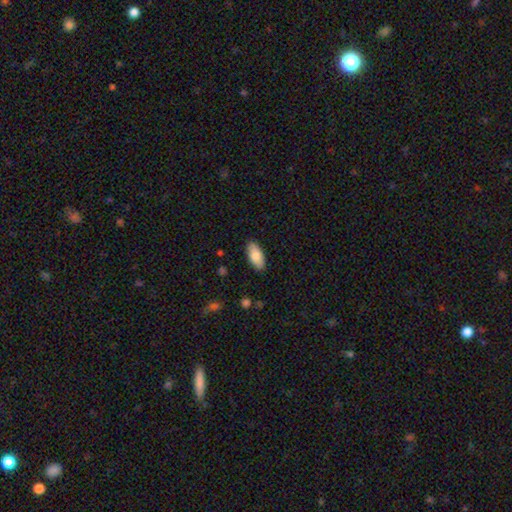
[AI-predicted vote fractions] This appears to be a smooth galaxy with no disk features (81%) that is in between round and cigar-shaped (89%). Merging: none (87%).